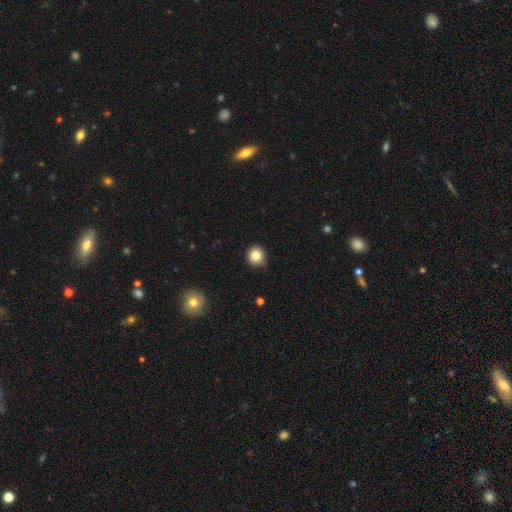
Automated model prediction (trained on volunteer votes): Smooth or featured: smooth — 82% (star or artifact — 11%)
How rounded: round — 92% (in between — 7%)
Merging: none — 82% (minor disturbance — 15%)